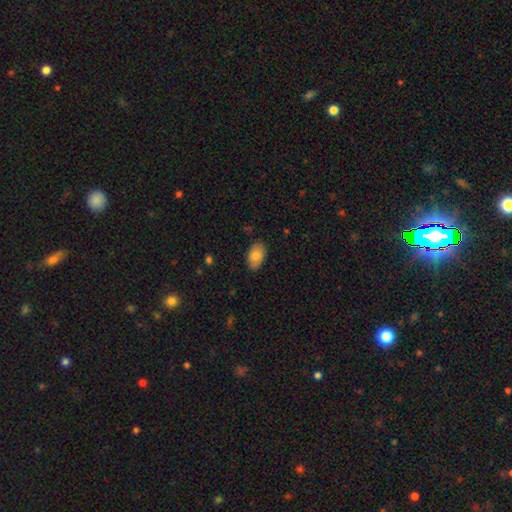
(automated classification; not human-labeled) Smooth or featured?
  - smooth: 80% *
  - featured or disk: 14%
  - star or artifact: 7%
How rounded?
  - in between: 92% *
  - round: 7%
  - cigar-shaped: 1%
Merging?
  - none: 84% *
  - minor disturbance: 13%
  - major disturbance: 2%
  - merger: 1%